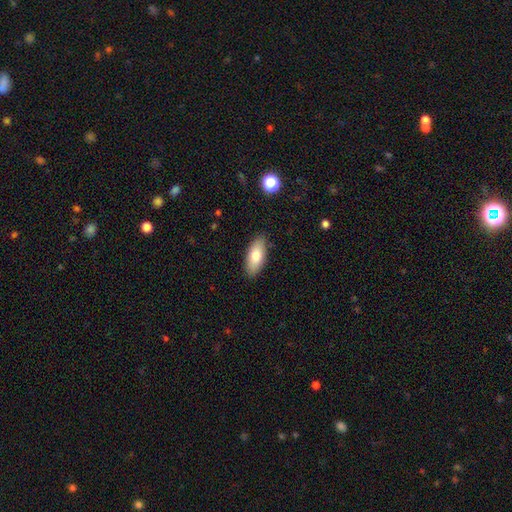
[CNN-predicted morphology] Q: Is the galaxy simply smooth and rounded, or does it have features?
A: smooth — 78%.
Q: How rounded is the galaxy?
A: in between — 85%.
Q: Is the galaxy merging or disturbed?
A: none — 87%.